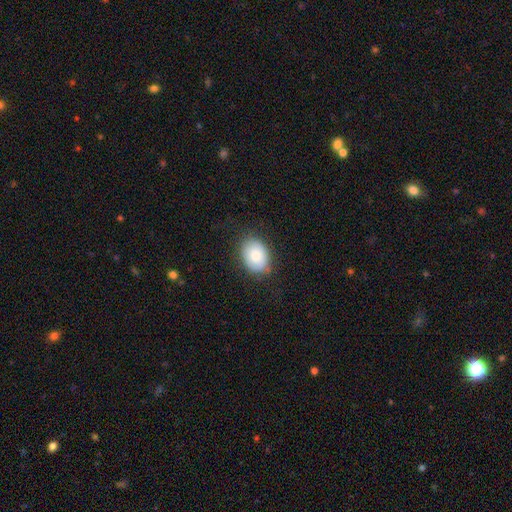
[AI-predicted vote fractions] This appears to be a smooth galaxy with no disk features (78%) that is in between round and cigar-shaped (76%). Merging: none (79%).